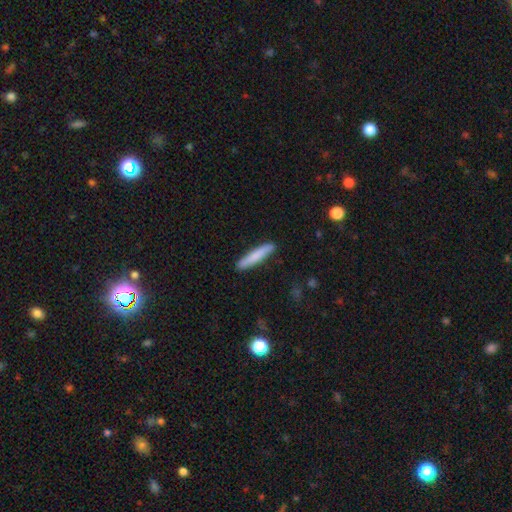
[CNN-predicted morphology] Smooth or featured? smooth (79%)
How rounded? cigar-shaped (92%)
Merging? none (90%)